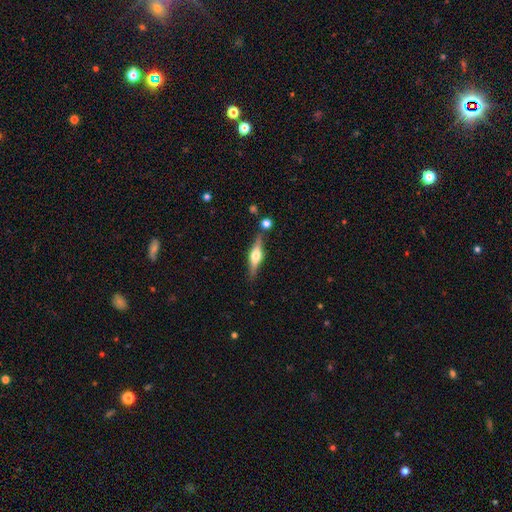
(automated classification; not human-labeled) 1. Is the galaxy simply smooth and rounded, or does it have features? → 72% featured or disk, 21% smooth, 6% star or artifact.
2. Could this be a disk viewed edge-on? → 96% yes, 4% no.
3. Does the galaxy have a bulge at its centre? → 91% rounded, 8% boxy, 2% none.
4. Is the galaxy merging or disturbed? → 80% none, 11% minor disturbance, 6% merger, 3% major disturbance.